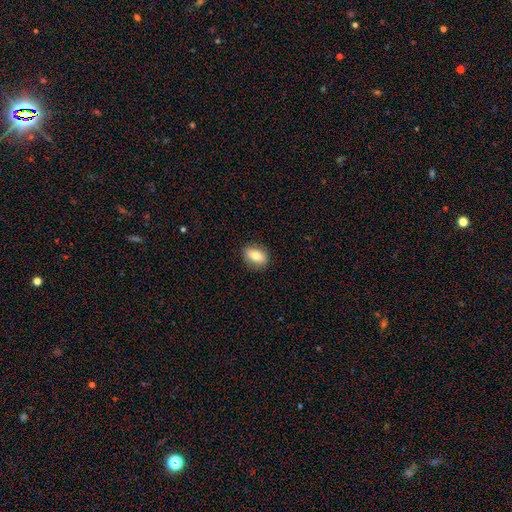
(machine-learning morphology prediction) The model was most divided on "smooth or featured": smooth: 76%, featured or disk: 17%, star or artifact: 8%. More confident: merging — none (86%); how rounded — in between (83%).